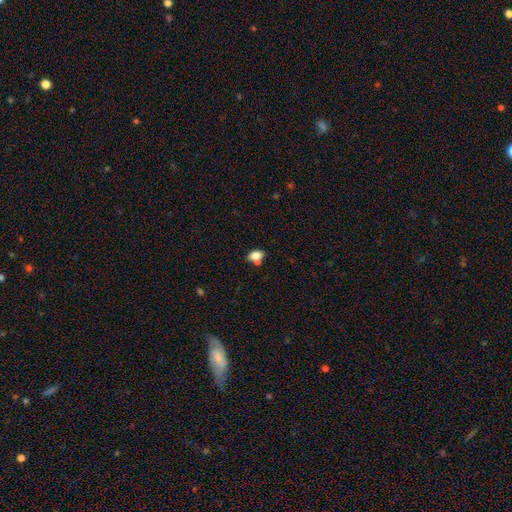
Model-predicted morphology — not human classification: The model was most divided on "merging": none: 55%, merger: 26%, minor disturbance: 14%, major disturbance: 4%. More confident: how rounded — in between (85%); smooth or featured — smooth (80%).